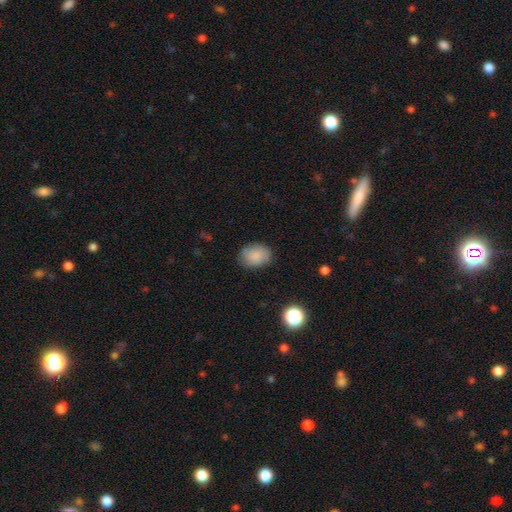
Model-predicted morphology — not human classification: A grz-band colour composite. It shows a smooth galaxy with no disk features (85%) that is in between round and cigar-shaped (57%). Merging: none (80%).